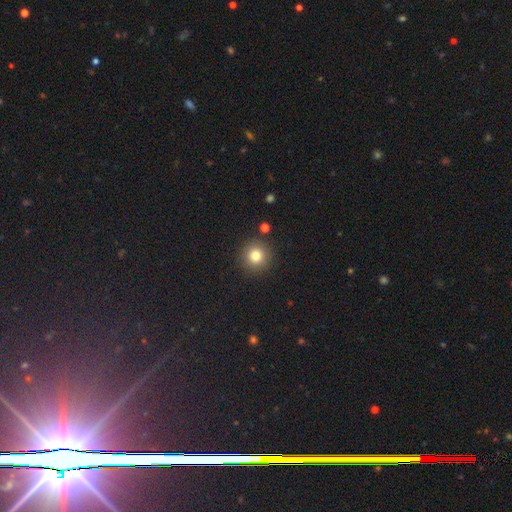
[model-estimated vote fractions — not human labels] Smooth or featured? smooth (80%)
How rounded? round (94%)
Merging? none (89%)